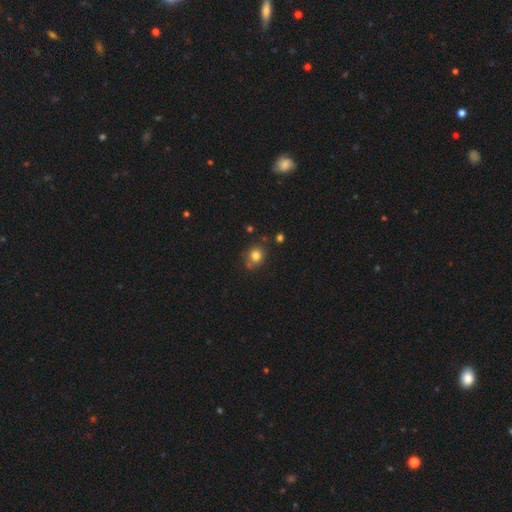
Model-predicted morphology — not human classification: Smooth or featured? smooth (79%)
How rounded? round (77%)
Merging? none (68%)